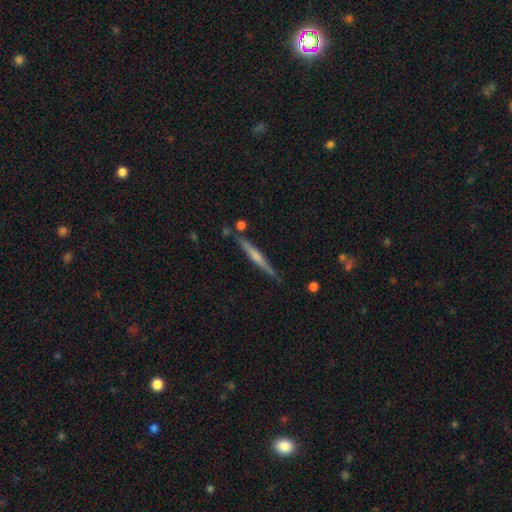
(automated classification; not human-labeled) Smooth or featured? featured or disk (58%)
Edge-on disk? yes (97%)
Edge-on bulge? rounded (47%)
Merging? none (84%)